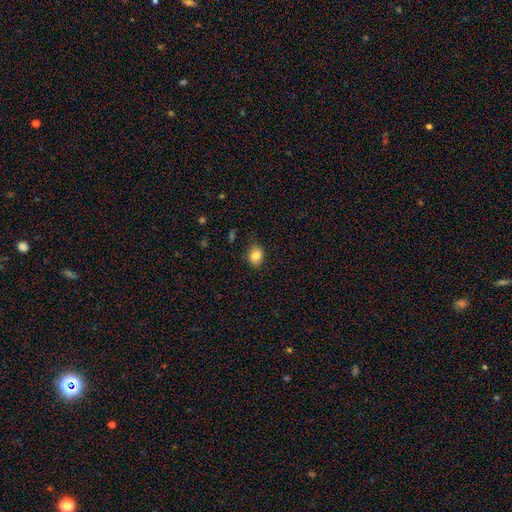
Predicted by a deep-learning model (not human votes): A smooth galaxy with no disk features (84%) that is round (63%).

Vote fractions:
- Smooth or featured? smooth: 84% / star or artifact: 10% / featured or disk: 6%
- How rounded? round: 63% / in between: 37% / cigar-shaped: 1%
- Merging? none: 82% / minor disturbance: 14% / major disturbance: 3% / merger: 1%